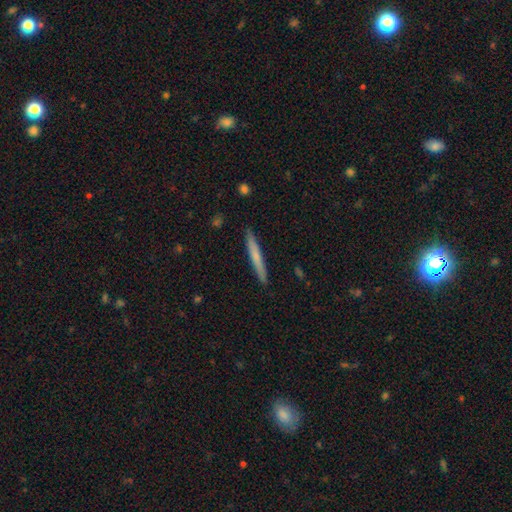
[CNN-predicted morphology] type=smooth (63%); roundness=cigar-shaped (97%); merging=none (91%).